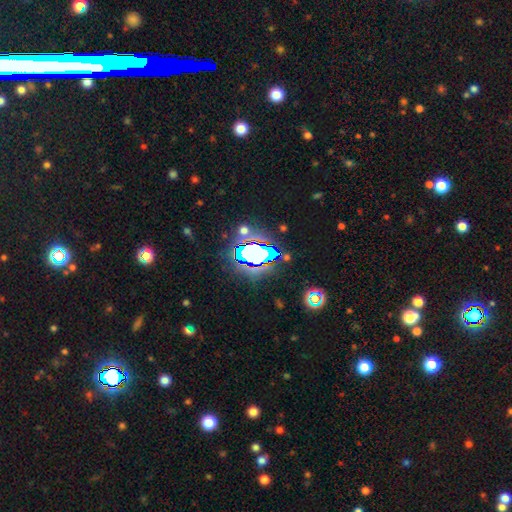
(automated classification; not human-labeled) star or artifact 65%, smooth 19%, featured or disk 16%.